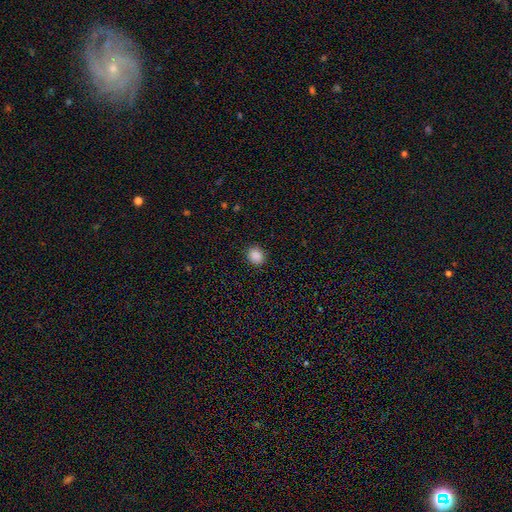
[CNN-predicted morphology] A smooth galaxy with no disk features (88%) that is round (67%). Merging: none (91%).